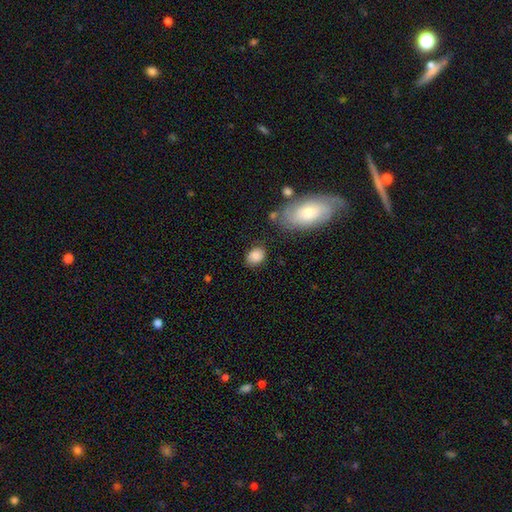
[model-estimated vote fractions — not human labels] Morphology: type=smooth (85%); roundness=in between (64%); merging=none (79%).